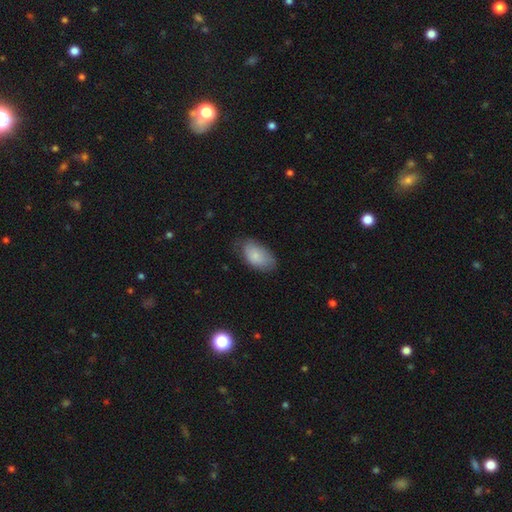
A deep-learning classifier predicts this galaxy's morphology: Overall: smooth (82%). How rounded: in between (94%). Merging: none (66%; minor disturbance 27%).